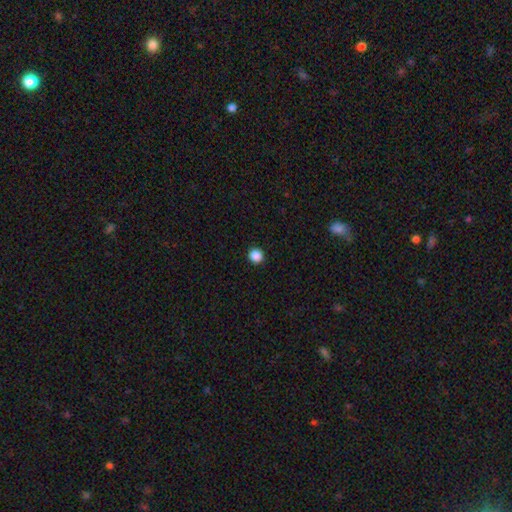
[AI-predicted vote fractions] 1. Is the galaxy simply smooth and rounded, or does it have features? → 88% smooth, 10% star or artifact, 2% featured or disk.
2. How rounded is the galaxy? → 91% round, 8% in between, 1% cigar-shaped.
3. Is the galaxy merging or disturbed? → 93% none, 4% minor disturbance, 1% major disturbance, 1% merger.